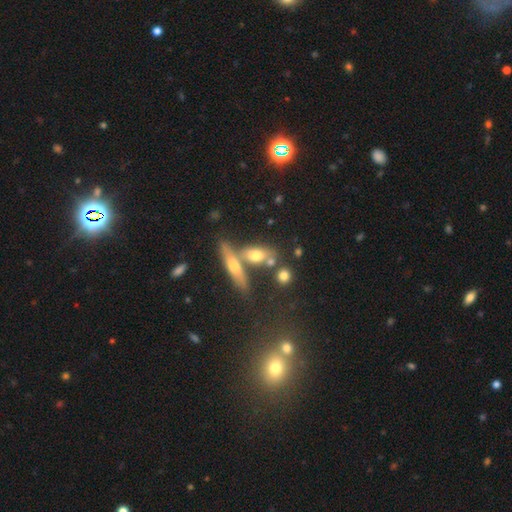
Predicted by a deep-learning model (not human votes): This is possibly a smooth galaxy (53%). How rounded: possibly in between (52%). Merging: possibly none (49%).